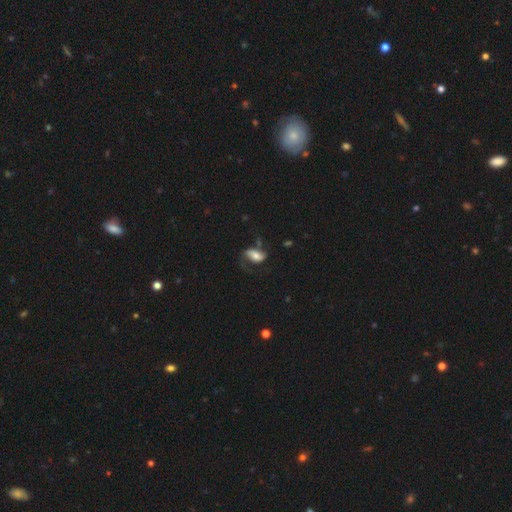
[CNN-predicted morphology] type=featured or disk (52%); edge-on=no (94%); merging=none (45%).